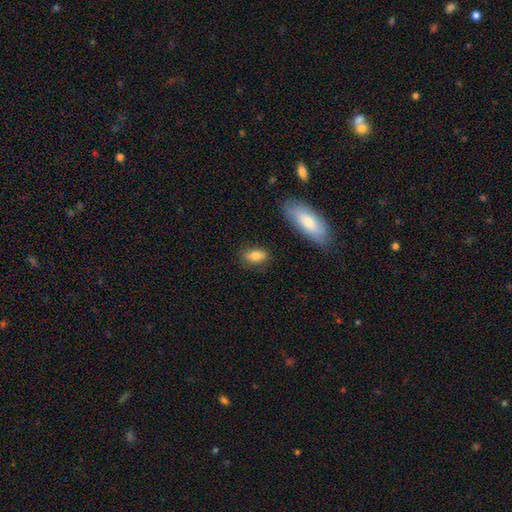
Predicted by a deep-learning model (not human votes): smooth_or_featured: smooth (p=0.81) [alt: featured or disk p=0.11]
how_rounded: in between (p=0.85) [alt: round p=0.08]
merging: none (p=0.80) [alt: minor disturbance p=0.14]